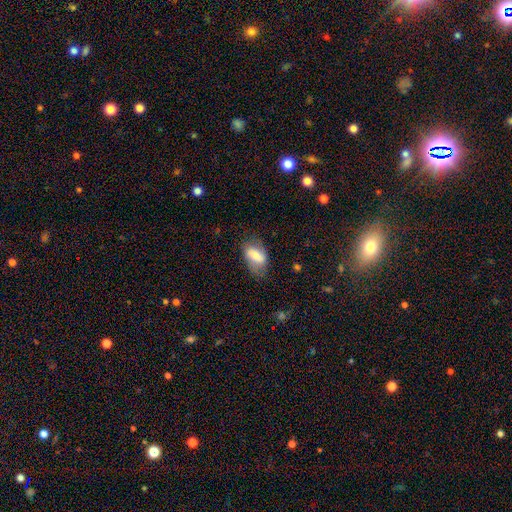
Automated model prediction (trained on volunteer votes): Overall: smooth (57%; featured or disk 36%). How rounded: in between (90%). Merging: none (65%; minor disturbance 25%).